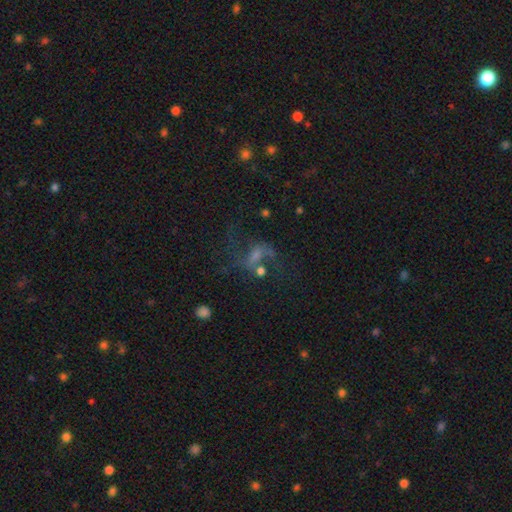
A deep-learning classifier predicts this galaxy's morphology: A featured or disk galaxy (56%) with no bar (44%), spiral arms (70%) and a small central bulge (35%).

Vote fractions:
- Smooth or featured? featured or disk: 56% / smooth: 23% / star or artifact: 21%
- Edge-on disk? no: 96% / yes: 4%
- Bar? no: 44% / weak: 41% / strong: 15%
- Spiral arms? yes: 70% / no: 30%
- Bulge size? small: 35% / moderate: 30% / none: 27% / large: 6% / dominant: 2%
- Merging? none: 41% / major disturbance: 31% / minor disturbance: 15% / merger: 13%